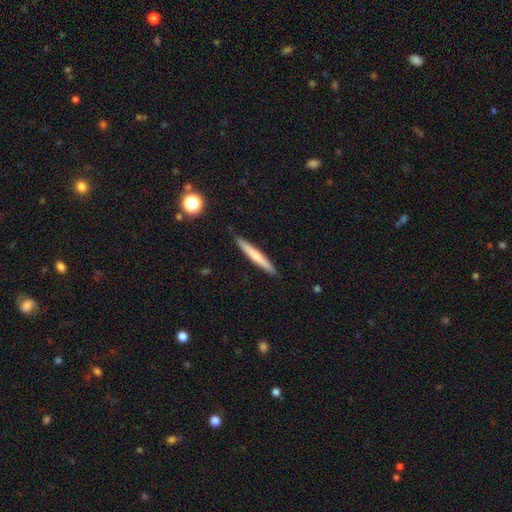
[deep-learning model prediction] smooth_or_featured: smooth (p=0.59) [alt: featured or disk p=0.35]
how_rounded: cigar-shaped (p=0.96) [alt: in between p=0.03]
merging: none (p=0.88) [alt: minor disturbance p=0.09]